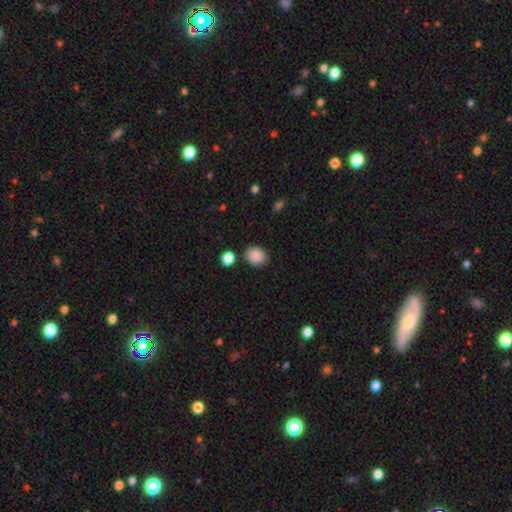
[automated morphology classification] smooth_or_featured: smooth (p=0.88) [alt: star or artifact p=0.08]
how_rounded: round (p=0.50) [alt: in between p=0.49]
merging: none (p=0.83) [alt: minor disturbance p=0.10]